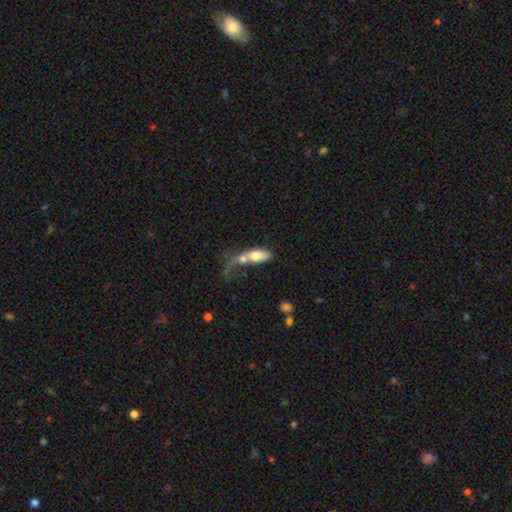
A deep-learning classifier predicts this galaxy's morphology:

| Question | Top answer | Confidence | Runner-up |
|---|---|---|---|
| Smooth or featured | smooth | 67% | featured or disk (26%) |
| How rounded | in between | 70% | cigar-shaped (24%) |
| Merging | merger | 54% | major disturbance (21%) |